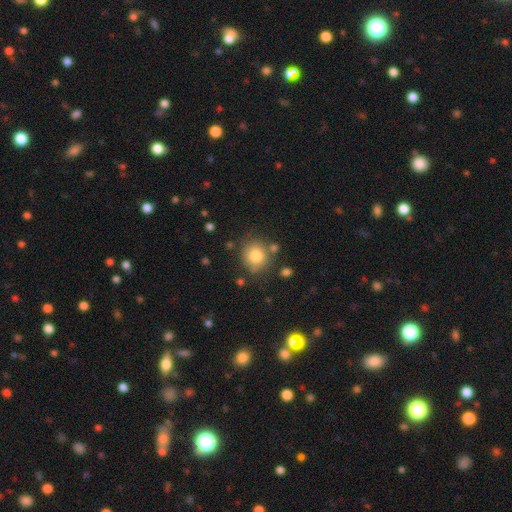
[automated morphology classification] smooth-or-featured: smooth: 80% | star or artifact: 10% | featured or disk: 10%
  how-rounded: round: 87% | in between: 12% | cigar-shaped: 1%
  merging: none: 76% | minor disturbance: 13% | merger: 7% | major disturbance: 4%